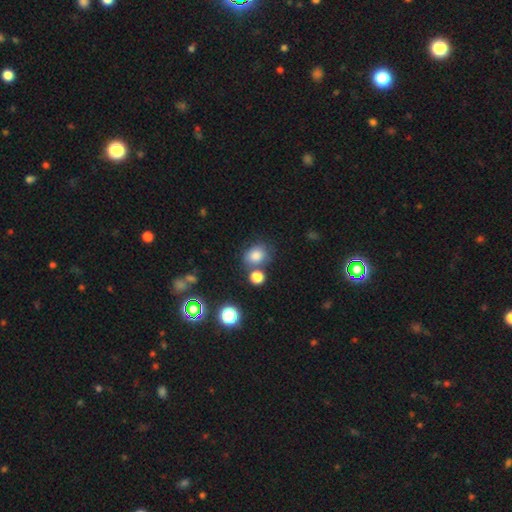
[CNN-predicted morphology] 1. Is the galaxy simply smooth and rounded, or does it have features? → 81% smooth, 13% star or artifact, 7% featured or disk.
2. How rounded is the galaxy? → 61% round, 38% in between, 1% cigar-shaped.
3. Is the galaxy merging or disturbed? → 64% none, 16% merger, 14% minor disturbance, 5% major disturbance.